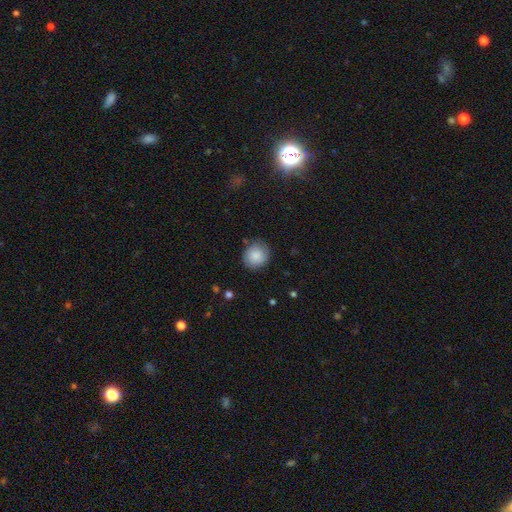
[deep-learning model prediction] smooth 84%, featured or disk 9%, star or artifact 7%. Down the decision tree: how rounded — round (84%); merging — none (80%).